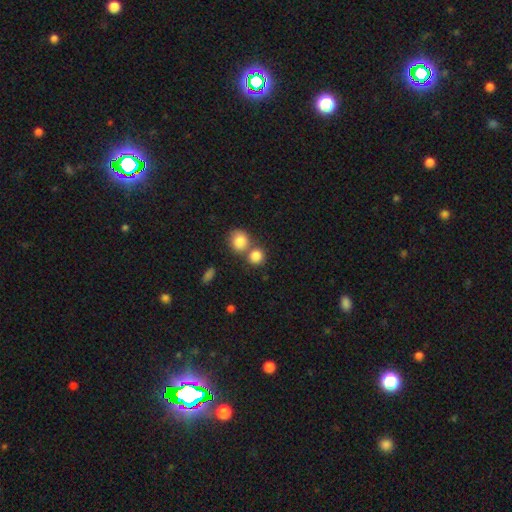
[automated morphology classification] A smooth galaxy with no disk features (83%) that is round (83%). Merging: none (50%).